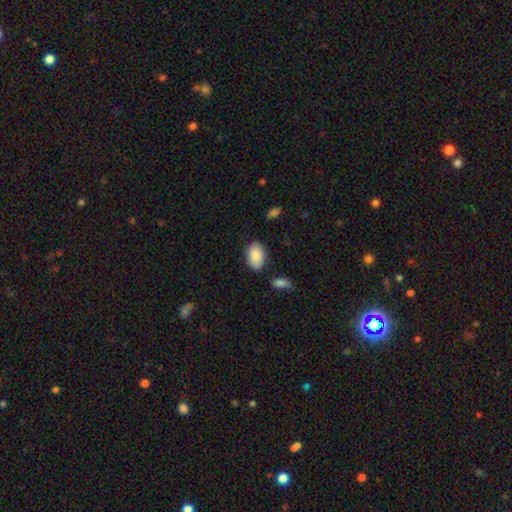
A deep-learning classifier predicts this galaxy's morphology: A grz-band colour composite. It shows a smooth galaxy with no disk features (87%) that is in between round and cigar-shaped (91%). Merging: none (78%).